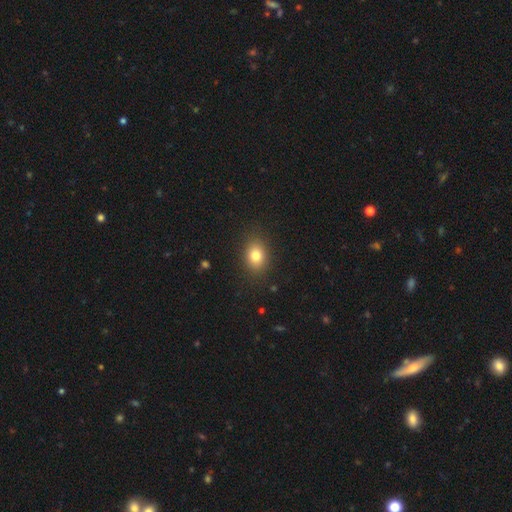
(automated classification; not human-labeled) This is likely a smooth galaxy (80%). How rounded: likely in between (61%). Merging: clearly none (87%).